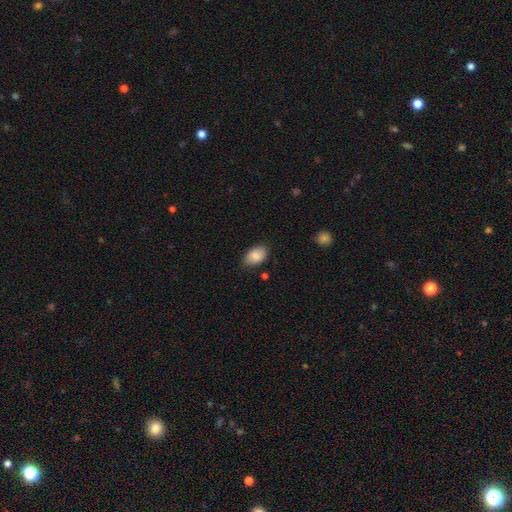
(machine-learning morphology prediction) smooth_or_featured: smooth (p=0.84) [alt: featured or disk p=0.09]
how_rounded: in between (p=0.91) [alt: round p=0.08]
merging: none (p=0.80) [alt: minor disturbance p=0.15]